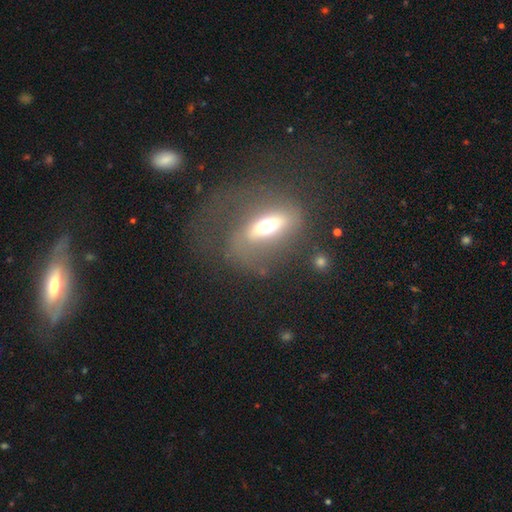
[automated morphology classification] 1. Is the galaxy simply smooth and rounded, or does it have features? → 63% featured or disk, 25% smooth, 12% star or artifact.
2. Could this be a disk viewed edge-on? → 78% no, 22% yes.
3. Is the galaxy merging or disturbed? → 46% none, 28% major disturbance, 20% minor disturbance, 6% merger.